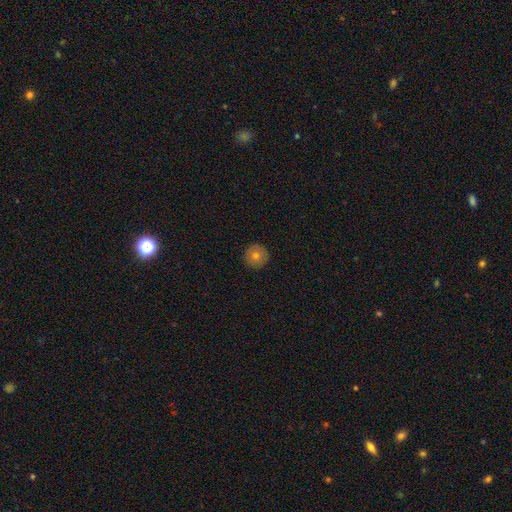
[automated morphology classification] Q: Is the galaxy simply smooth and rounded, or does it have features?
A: smooth — 72%.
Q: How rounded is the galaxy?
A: round — 96%.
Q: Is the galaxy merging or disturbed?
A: none — 91%.